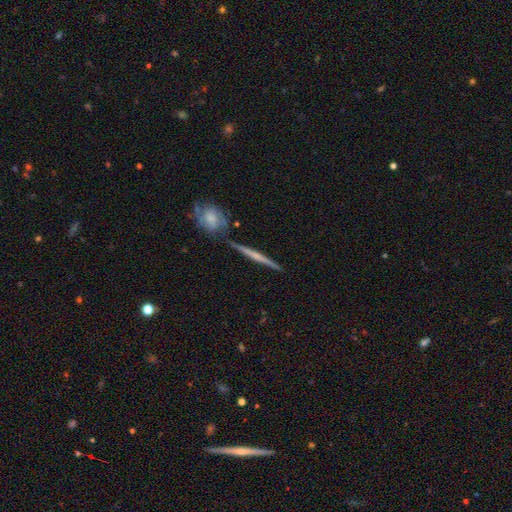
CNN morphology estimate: Q: Smooth or featured?
A: featured or disk (65%); runner-up: smooth (29%)
Q: Edge-on disk?
A: yes (96%); runner-up: no (4%)
Q: Edge-on bulge?
A: none (54%); runner-up: rounded (37%)
Q: Merging?
A: none (81%); runner-up: minor disturbance (9%)